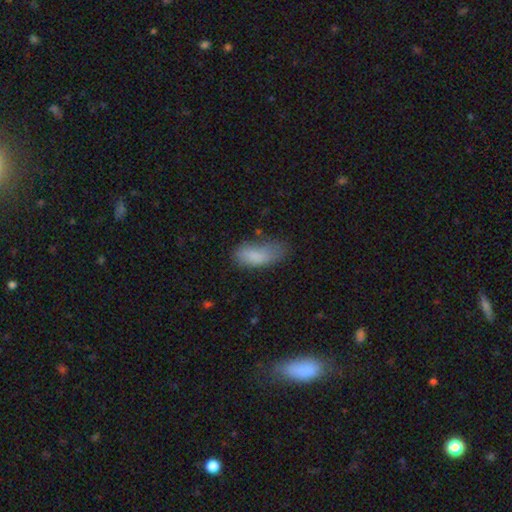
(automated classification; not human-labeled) Q: Smooth or featured?
A: smooth (81%); runner-up: featured or disk (10%)
Q: How rounded?
A: in between (84%); runner-up: cigar-shaped (14%)
Q: Merging?
A: none (44%); runner-up: minor disturbance (35%)